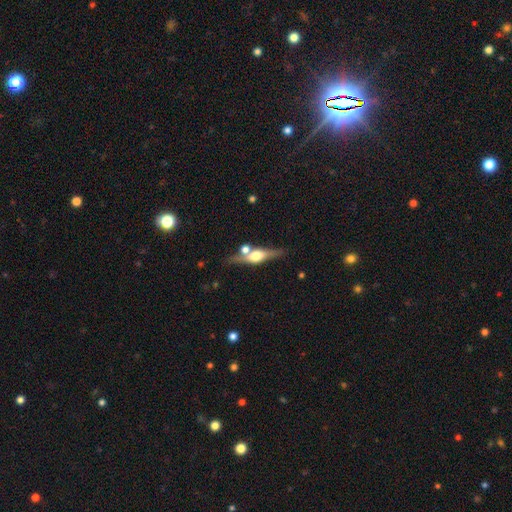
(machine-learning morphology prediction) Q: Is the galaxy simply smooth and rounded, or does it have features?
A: featured or disk — 71%.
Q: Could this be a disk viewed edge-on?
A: yes — 94%.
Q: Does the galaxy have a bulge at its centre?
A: rounded — 93%.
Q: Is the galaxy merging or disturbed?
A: none — 71%.